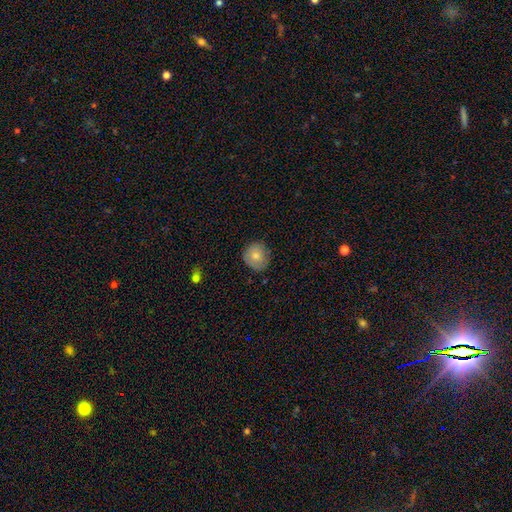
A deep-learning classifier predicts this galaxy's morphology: Smooth or featured?
  - smooth: 75% *
  - featured or disk: 18%
  - star or artifact: 8%
How rounded?
  - round: 85% *
  - in between: 14%
  - cigar-shaped: 1%
Merging?
  - none: 78% *
  - minor disturbance: 17%
  - major disturbance: 3%
  - merger: 1%